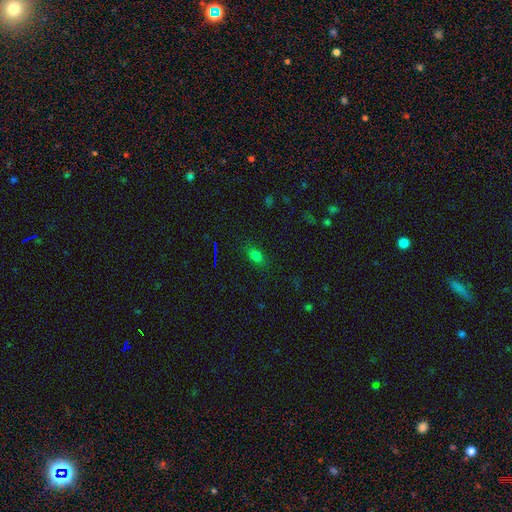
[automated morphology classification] Smooth or featured: smooth — 73% (star or artifact — 20%)
How rounded: in between — 77% (round — 18%)
Merging: none — 81% (minor disturbance — 14%)